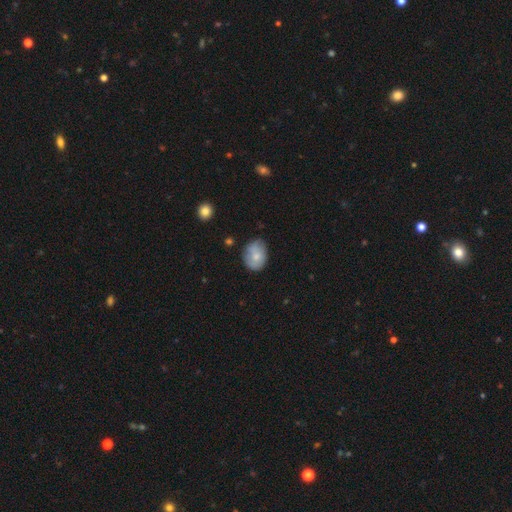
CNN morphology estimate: Overall: smooth (72%). How rounded: in between (61%; round 38%). Merging: none (60%; minor disturbance 31%).